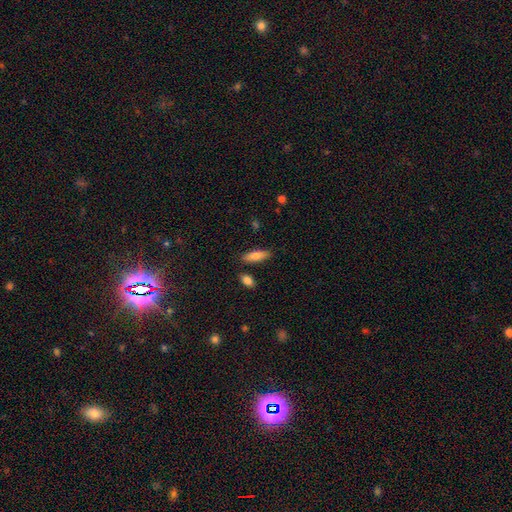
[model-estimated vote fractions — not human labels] This appears to be a smooth galaxy with no disk features (79%) that is in between round and cigar-shaped (60%). Merging: none (83%).